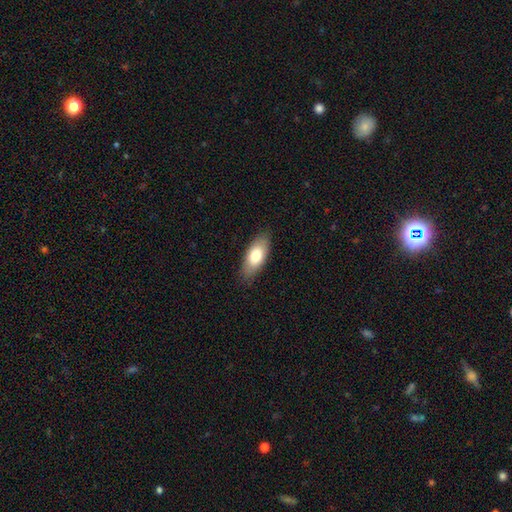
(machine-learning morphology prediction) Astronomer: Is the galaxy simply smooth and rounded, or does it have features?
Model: smooth — 77%.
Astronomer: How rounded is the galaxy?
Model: in between — 85%.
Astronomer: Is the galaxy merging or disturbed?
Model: none — 84%.